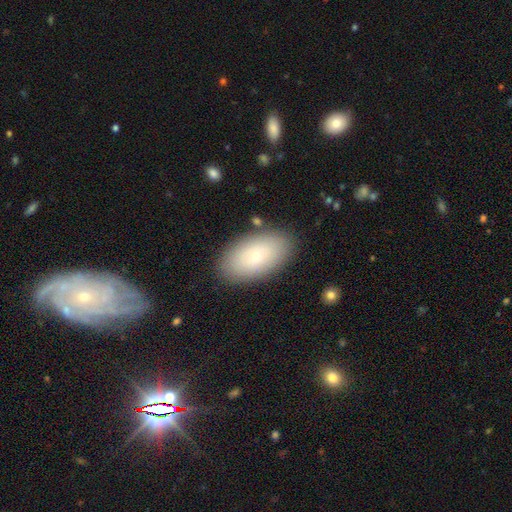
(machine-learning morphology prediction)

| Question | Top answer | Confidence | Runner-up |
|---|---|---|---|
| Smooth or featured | smooth | 71% | featured or disk (22%) |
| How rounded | in between | 94% | round (4%) |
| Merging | none | 85% | minor disturbance (10%) |